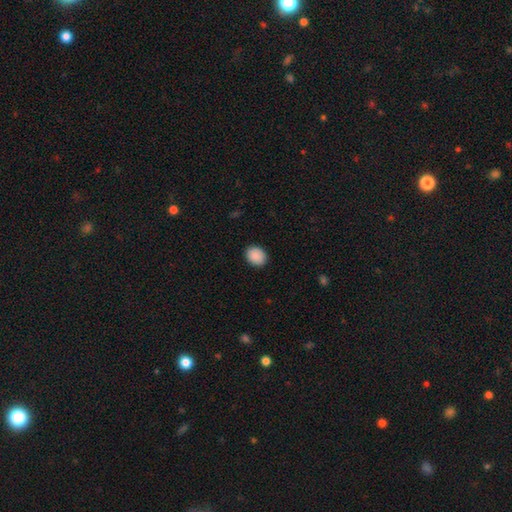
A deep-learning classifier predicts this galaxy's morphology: This is clearly a smooth galaxy (90%). How rounded: possibly round (52%). Merging: clearly none (90%).